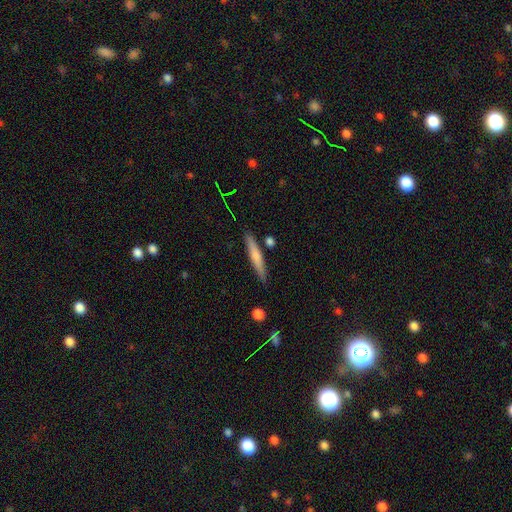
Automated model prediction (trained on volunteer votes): Smooth or featured?
  - smooth: 57% *
  - featured or disk: 37%
  - star or artifact: 6%
How rounded?
  - cigar-shaped: 93% *
  - in between: 6%
  - round: 2%
Merging?
  - none: 86% *
  - minor disturbance: 9%
  - merger: 4%
  - major disturbance: 2%